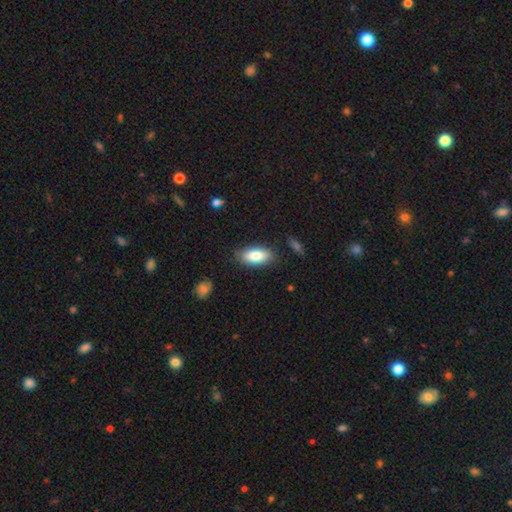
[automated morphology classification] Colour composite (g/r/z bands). It shows a smooth galaxy with no disk features (82%) that is in between round and cigar-shaped (90%). Merging: none (84%).